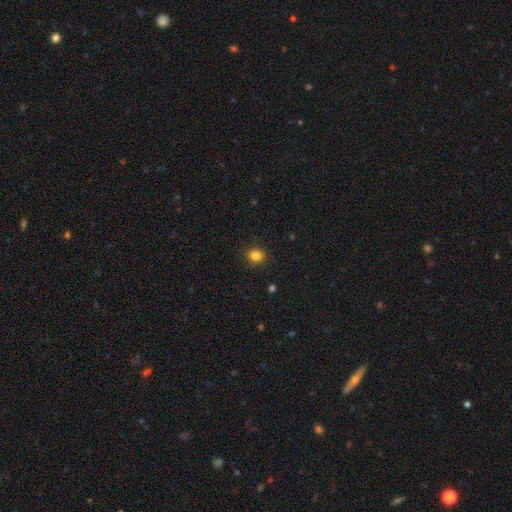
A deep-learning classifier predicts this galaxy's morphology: A smooth galaxy with no disk features (84%) that is round (81%).

Vote fractions:
- Smooth or featured? smooth: 84% / star or artifact: 12% / featured or disk: 4%
- How rounded? round: 81% / in between: 18% / cigar-shaped: 1%
- Merging? none: 88% / minor disturbance: 8% / major disturbance: 2% / merger: 1%